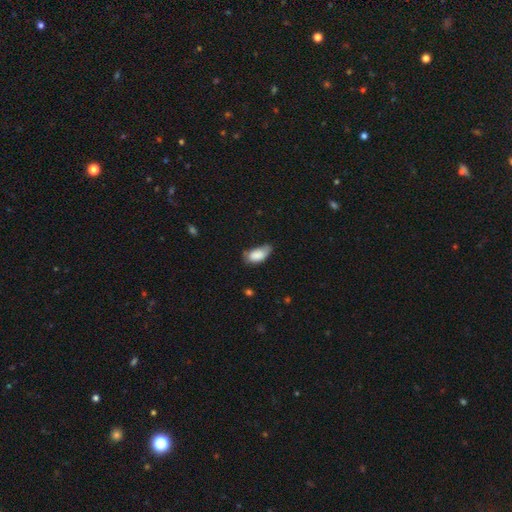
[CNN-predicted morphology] Smooth or featured: smooth — 84% (featured or disk — 9%)
How rounded: in between — 92% (cigar-shaped — 4%)
Merging: minor disturbance — 43% (none — 41%)